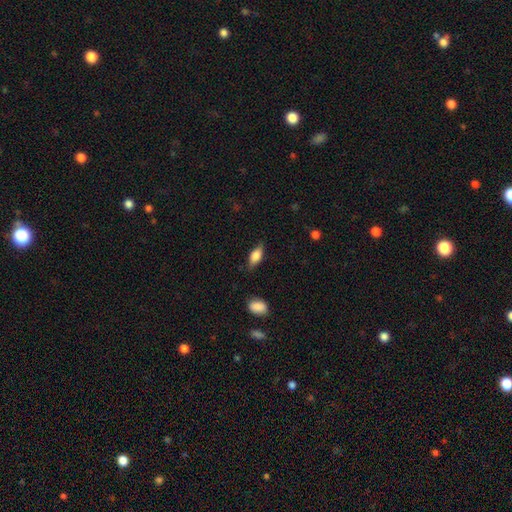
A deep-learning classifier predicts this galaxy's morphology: Smooth or featured? smooth (75%)
How rounded? in between (83%)
Merging? none (75%)